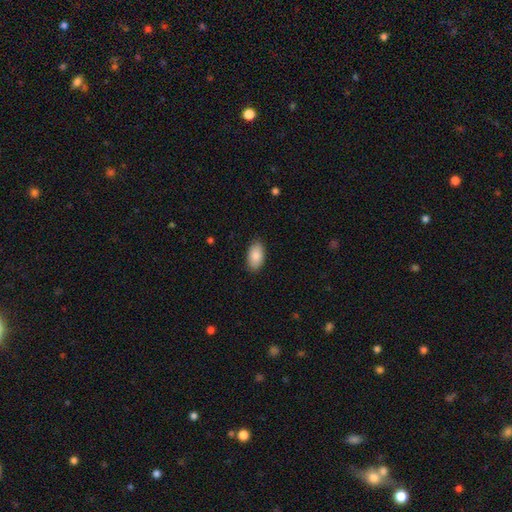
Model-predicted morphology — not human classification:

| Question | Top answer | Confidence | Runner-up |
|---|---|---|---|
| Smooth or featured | smooth | 86% | featured or disk (7%) |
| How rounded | in between | 95% | round (3%) |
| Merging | none | 87% | minor disturbance (10%) |